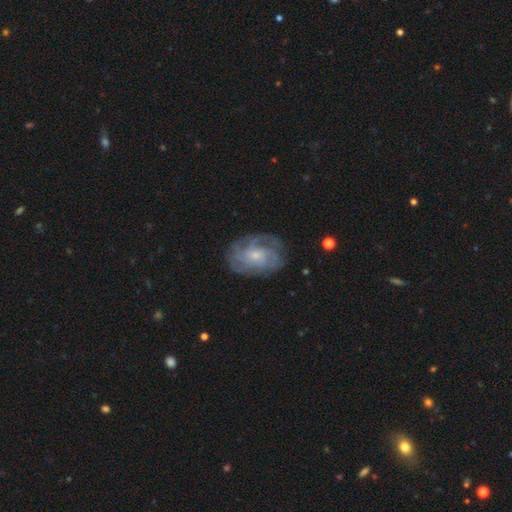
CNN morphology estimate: smooth_or_featured: featured or disk (p=0.79) [alt: smooth p=0.14]
disk_edge_on: no (p=0.97) [alt: yes p=0.03]
bar: no (p=0.75) [alt: weak p=0.22]
has_spiral_arms: yes (p=0.93) [alt: no p=0.07]
spiral_winding: tight (p=0.56) [alt: medium p=0.33]
spiral_arm_count: can't tell (p=0.38) [alt: 4 p=0.20]
bulge_size: small (p=0.71) [alt: moderate p=0.23]
merging: none (p=0.75) [alt: minor disturbance p=0.16]